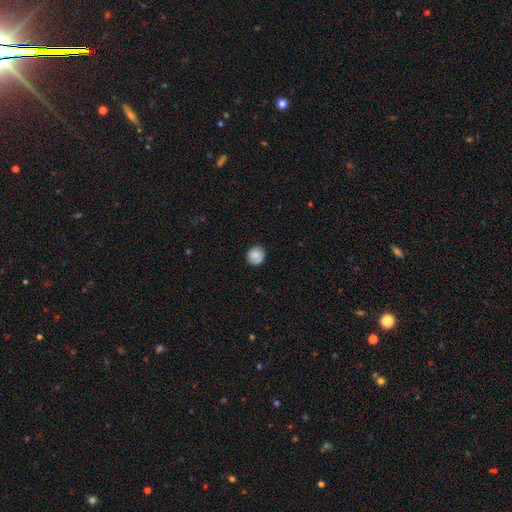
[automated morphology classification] Smooth or featured?
  - smooth: 81% *
  - featured or disk: 11%
  - star or artifact: 8%
How rounded?
  - round: 89% *
  - in between: 10%
  - cigar-shaped: 1%
Merging?
  - none: 84% *
  - minor disturbance: 13%
  - major disturbance: 3%
  - merger: 1%